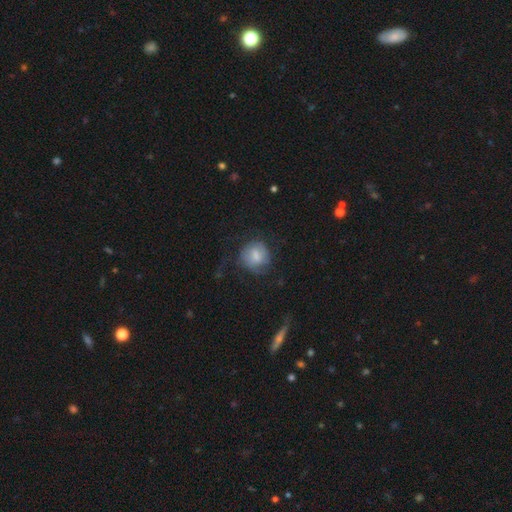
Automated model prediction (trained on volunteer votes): smooth_or_featured: smooth (p=0.56) [alt: featured or disk p=0.36]
how_rounded: round (p=0.82) [alt: in between p=0.17]
merging: none (p=0.52) [alt: major disturbance p=0.23]